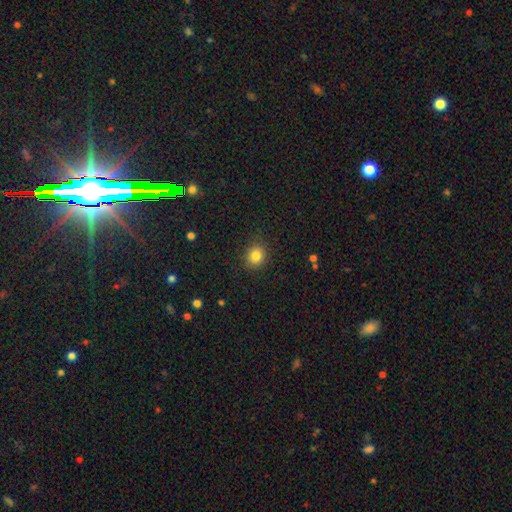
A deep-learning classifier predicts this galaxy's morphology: The model was most divided on "how rounded": round: 80%, in between: 19%, cigar-shaped: 1%. More confident: merging — none (87%); smooth or featured — smooth (83%).